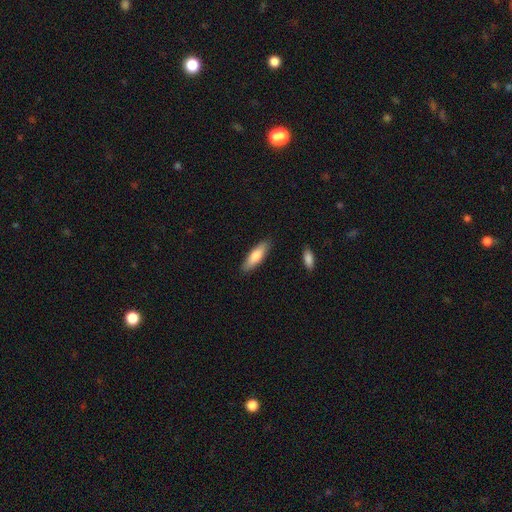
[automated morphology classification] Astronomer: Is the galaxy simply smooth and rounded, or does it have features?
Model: smooth — 77%.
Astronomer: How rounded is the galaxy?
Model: cigar-shaped — 55% (runner-up: in between, 43%).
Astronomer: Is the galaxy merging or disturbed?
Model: none — 87%.